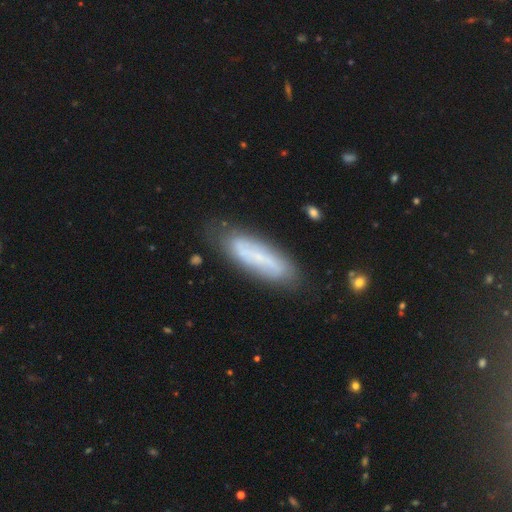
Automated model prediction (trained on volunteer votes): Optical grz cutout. It shows a featured or disk galaxy (52%). Merging: none (77%).